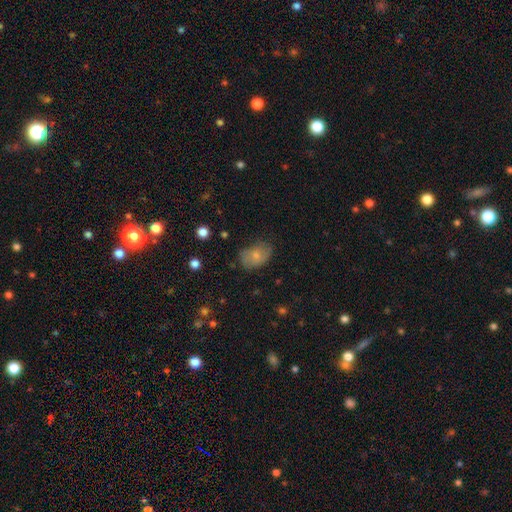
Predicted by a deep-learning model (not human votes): This is likely a smooth galaxy (72%). How rounded: clearly in between (84%). Merging: likely none (61%).